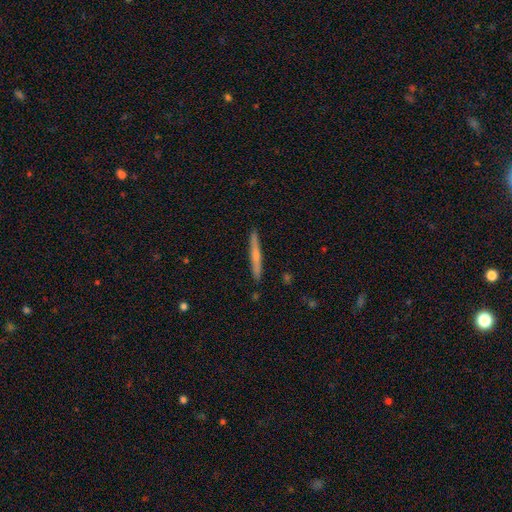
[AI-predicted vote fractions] This is possibly a smooth galaxy (50%). Merging: clearly none (90%).